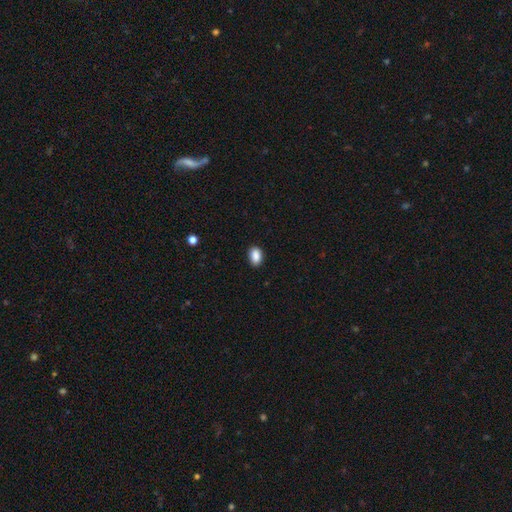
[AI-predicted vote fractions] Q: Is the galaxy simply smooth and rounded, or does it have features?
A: smooth — 89%.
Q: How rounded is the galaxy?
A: in between — 89%.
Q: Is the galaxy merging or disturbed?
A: none — 86%.